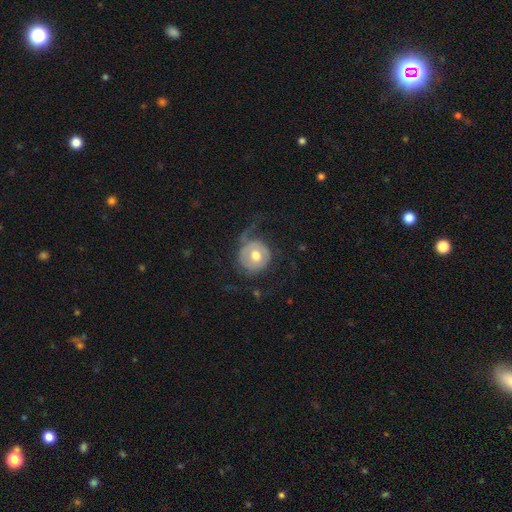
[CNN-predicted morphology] Smooth or featured? featured or disk (53%)
Edge-on disk? no (96%)
Bar? no (76%)
Spiral arms? yes (63%)
Bulge size? moderate (74%)
Merging? none (40%)